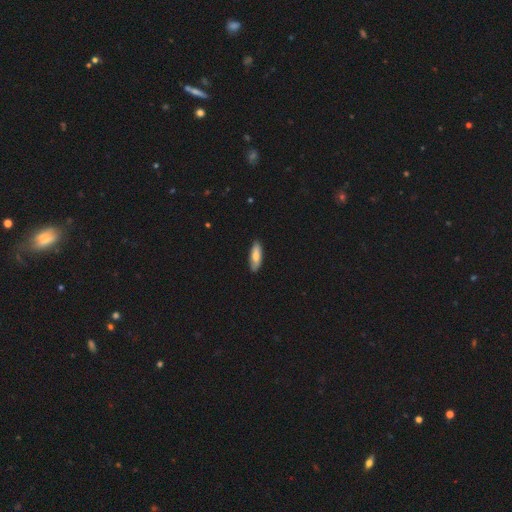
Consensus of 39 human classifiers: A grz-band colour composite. It shows a smooth galaxy with no disk features (74%) that is cigar-shaped (59%). Merging: none (90%).